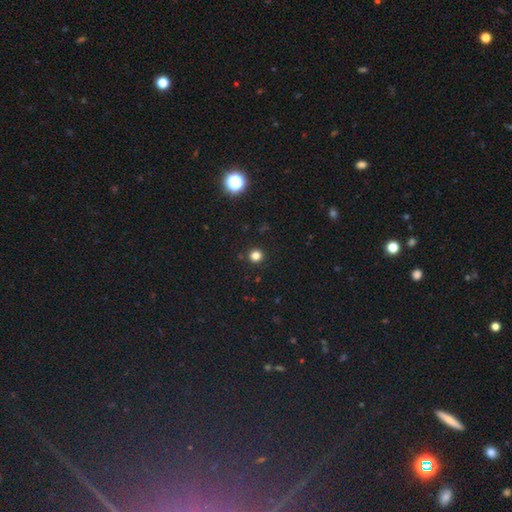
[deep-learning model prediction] Morphology: type=smooth (80%); roundness=round (94%); merging=none (92%).